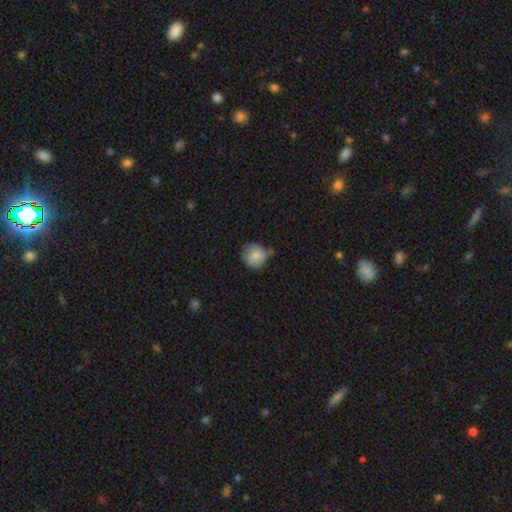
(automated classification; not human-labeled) Smooth or featured? Predicted: smooth (p=0.82). How rounded? Predicted: round (p=0.83). Merging? Predicted: none (p=0.52).